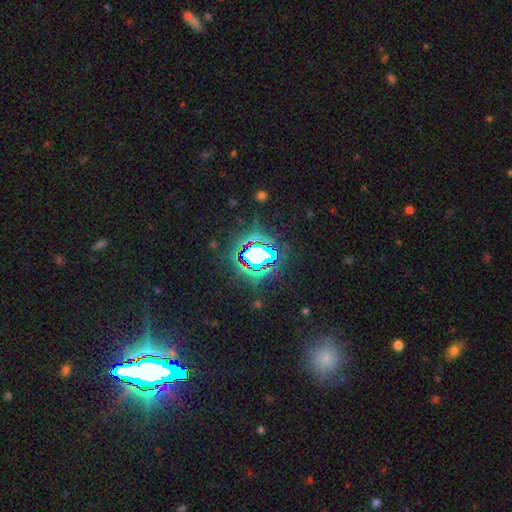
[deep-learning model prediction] Smooth or featured: star or artifact — 76% (smooth — 14%)